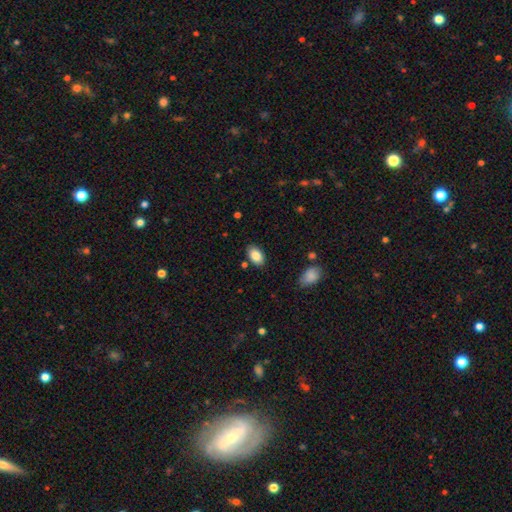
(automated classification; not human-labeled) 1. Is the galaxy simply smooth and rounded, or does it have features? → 86% smooth, 7% star or artifact, 7% featured or disk.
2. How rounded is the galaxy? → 92% in between, 7% round, 1% cigar-shaped.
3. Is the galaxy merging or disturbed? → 84% none, 11% minor disturbance, 3% major disturbance, 2% merger.